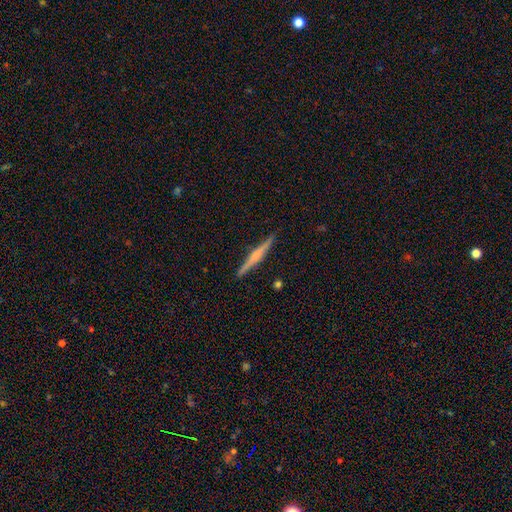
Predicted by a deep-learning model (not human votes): Overall: featured or disk (67%). Edge-on disk: yes (98%). Edge-on bulge: rounded (67%). Merging: none (91%).